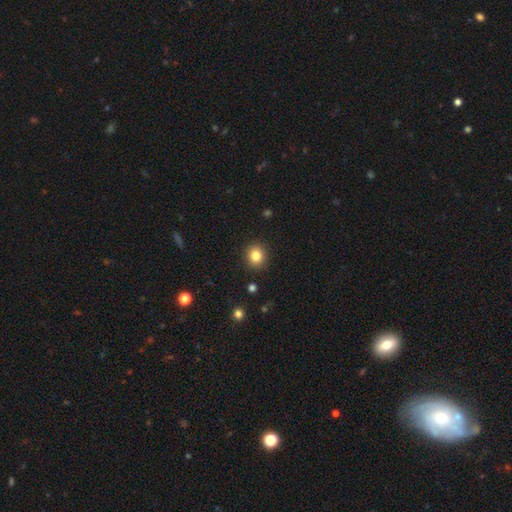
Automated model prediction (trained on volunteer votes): A smooth galaxy with no disk features (82%) that is round (87%). Merging: none (91%).